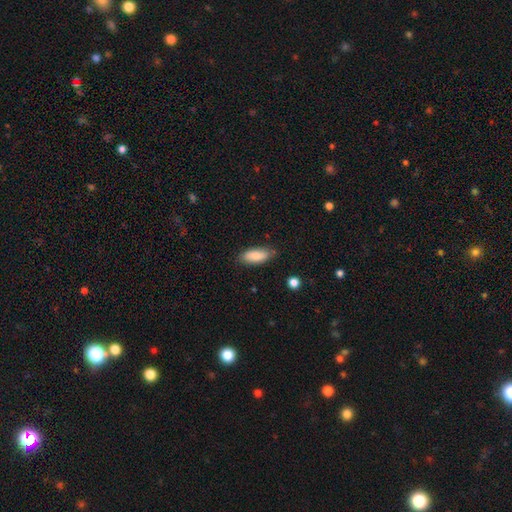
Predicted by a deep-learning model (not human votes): Smooth or featured? Predicted: smooth (p=0.83). How rounded? Predicted: in between (p=0.80). Merging? Predicted: none (p=0.80).